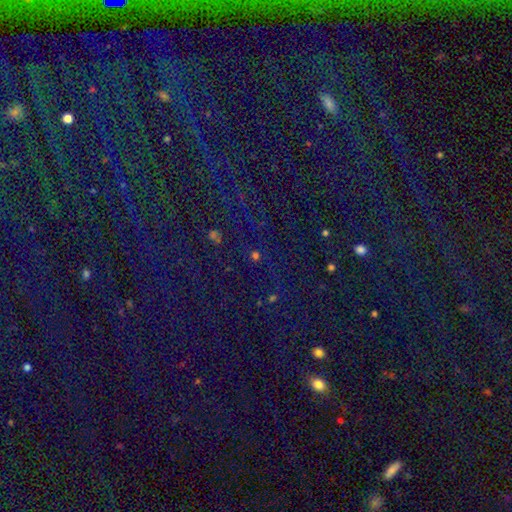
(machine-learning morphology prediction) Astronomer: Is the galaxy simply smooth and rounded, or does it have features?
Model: star or artifact — 72%.